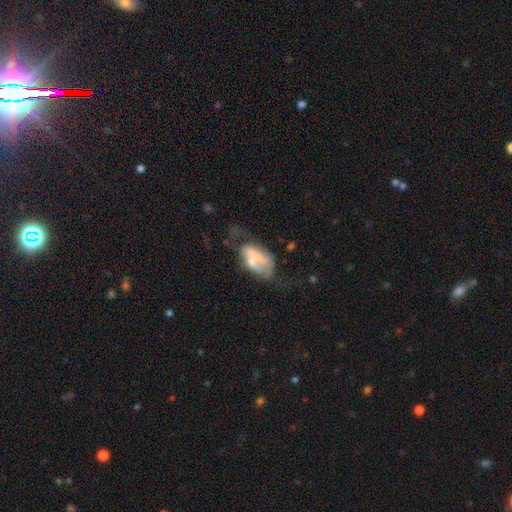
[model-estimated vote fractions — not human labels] Q: Smooth or featured?
A: featured or disk (52%); runner-up: smooth (39%)
Q: Edge-on disk?
A: no (95%); runner-up: yes (5%)
Q: Merging?
A: major disturbance (31%); runner-up: merger (26%)